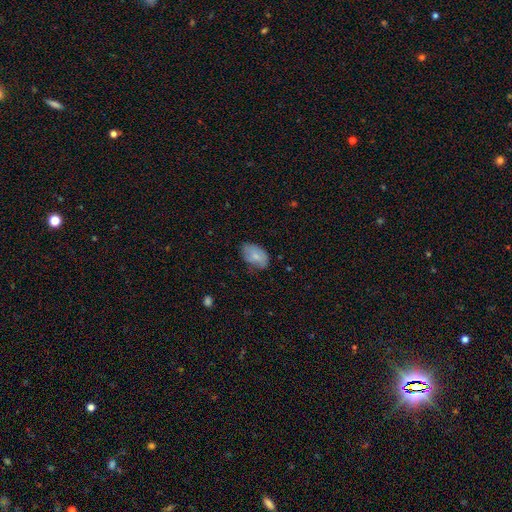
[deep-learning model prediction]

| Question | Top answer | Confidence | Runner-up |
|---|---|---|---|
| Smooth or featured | smooth | 75% | featured or disk (18%) |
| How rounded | in between | 90% | round (9%) |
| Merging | none | 60% | minor disturbance (31%) |